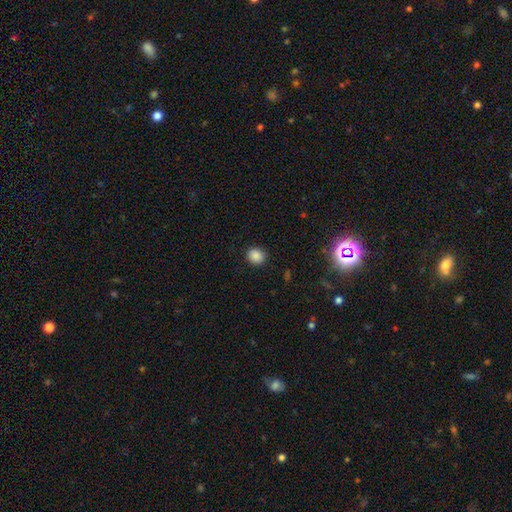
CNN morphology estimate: This is clearly a smooth galaxy (87%). How rounded: clearly round (80%). Merging: clearly none (89%).